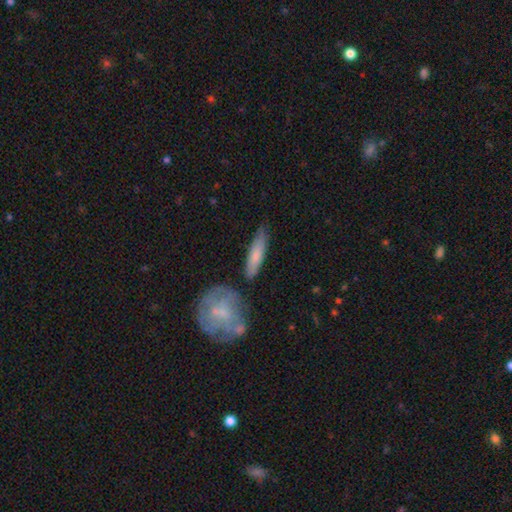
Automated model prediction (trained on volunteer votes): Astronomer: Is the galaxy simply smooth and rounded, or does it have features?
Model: smooth — 71%.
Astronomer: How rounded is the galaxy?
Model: cigar-shaped — 75%.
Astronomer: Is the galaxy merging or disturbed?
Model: none — 76%.